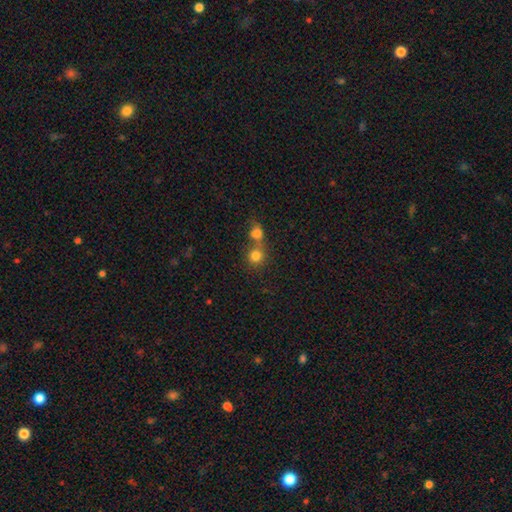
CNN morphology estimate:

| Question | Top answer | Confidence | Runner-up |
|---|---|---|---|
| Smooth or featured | smooth | 80% | star or artifact (12%) |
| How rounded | round | 88% | in between (11%) |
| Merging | none | 48% | merger (42%) |